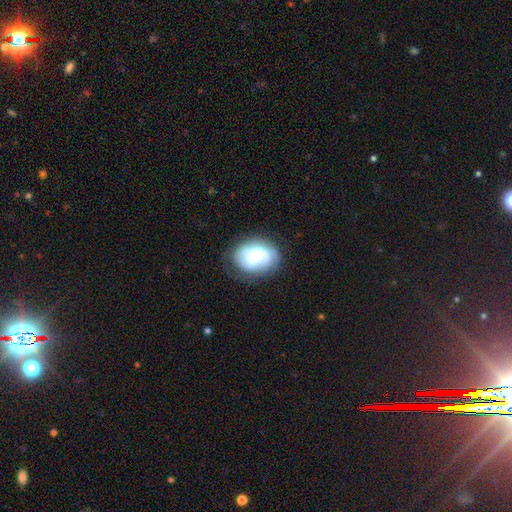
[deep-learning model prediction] A featured or disk galaxy (55%) with no bar (69%), spiral arms (84%) and a small central bulge (29%). Merging: none (65%).